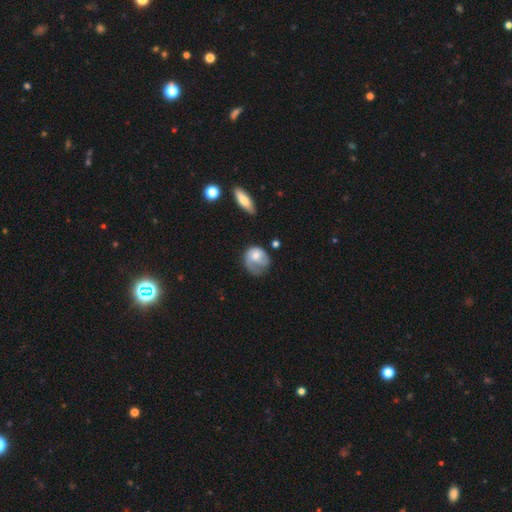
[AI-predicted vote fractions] A smooth galaxy with no disk features (60%) that is round (66%).

Vote fractions:
- Smooth or featured? smooth: 60% / featured or disk: 34% / star or artifact: 7%
- How rounded? round: 66% / in between: 33% / cigar-shaped: 1%
- Merging? major disturbance: 34% / none: 32% / minor disturbance: 30% / merger: 3%